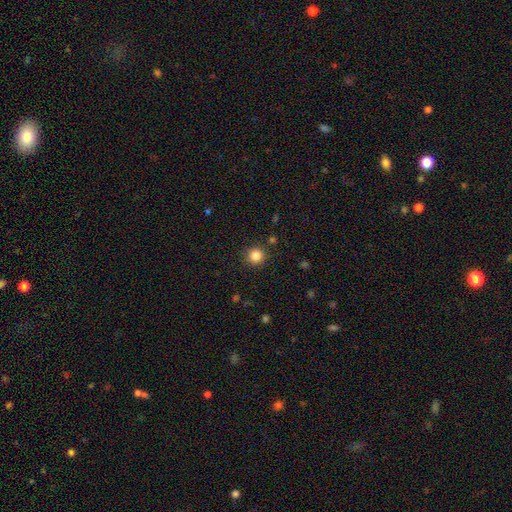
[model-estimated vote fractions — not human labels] Q: Smooth or featured?
A: smooth (84%); runner-up: star or artifact (12%)
Q: How rounded?
A: round (94%); runner-up: in between (5%)
Q: Merging?
A: none (90%); runner-up: minor disturbance (6%)